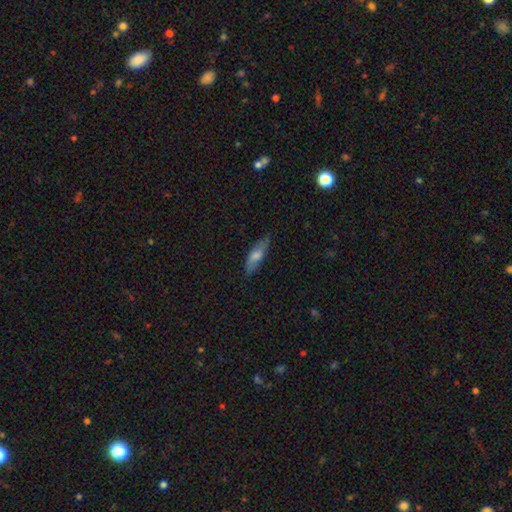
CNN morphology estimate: A smooth galaxy with no disk features (61%) that is cigar-shaped (55%).

Vote fractions:
- Smooth or featured? smooth: 61% / featured or disk: 32% / star or artifact: 7%
- How rounded? cigar-shaped: 55% / in between: 43% / round: 2%
- Merging? none: 79% / minor disturbance: 17% / major disturbance: 3% / merger: 1%